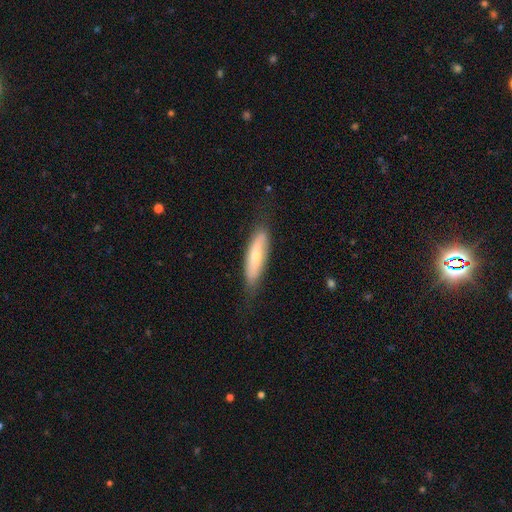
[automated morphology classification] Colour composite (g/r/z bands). It shows a smooth galaxy with no disk features (52%) that is cigar-shaped (64%). Merging: none (72%).